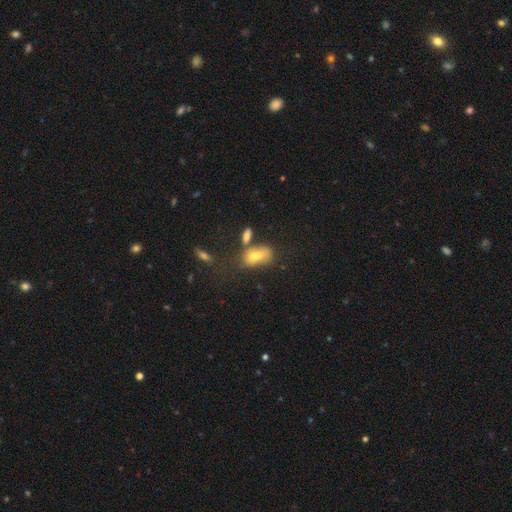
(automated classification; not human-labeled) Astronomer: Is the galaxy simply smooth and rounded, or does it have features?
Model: smooth — 68%.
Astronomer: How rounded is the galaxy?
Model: in between — 85%.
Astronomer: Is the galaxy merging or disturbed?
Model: merger — 40% (runner-up: none, 35%).